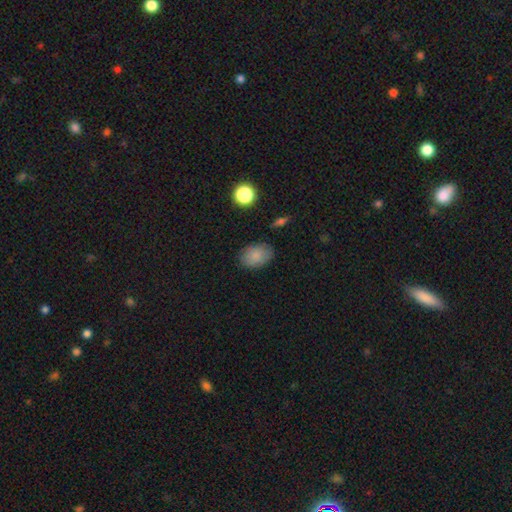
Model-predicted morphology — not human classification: A smooth galaxy with no disk features (85%) that is in between round and cigar-shaped (81%).

Vote fractions:
- Smooth or featured? smooth: 85% / star or artifact: 8% / featured or disk: 7%
- How rounded? in between: 81% / round: 17% / cigar-shaped: 1%
- Merging? none: 83% / minor disturbance: 12% / major disturbance: 3% / merger: 2%